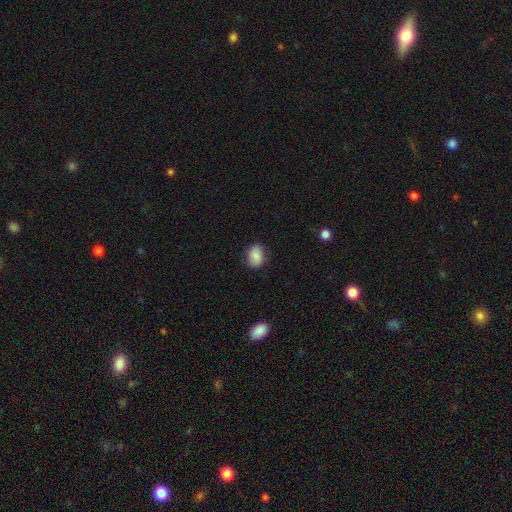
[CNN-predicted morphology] type=smooth (86%); roundness=in between (76%); merging=none (80%).